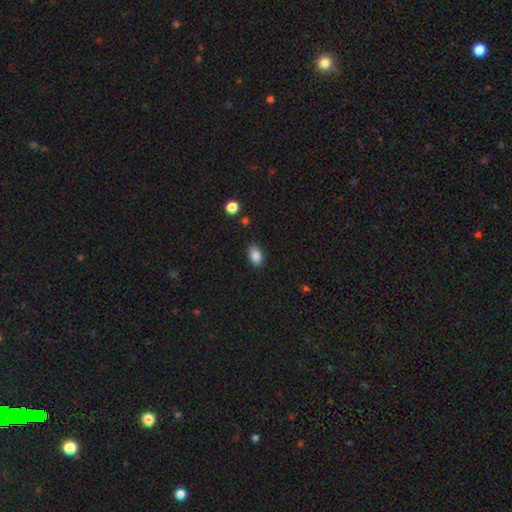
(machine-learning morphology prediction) Smooth or featured? smooth (86%)
How rounded? in between (85%)
Merging? none (83%)